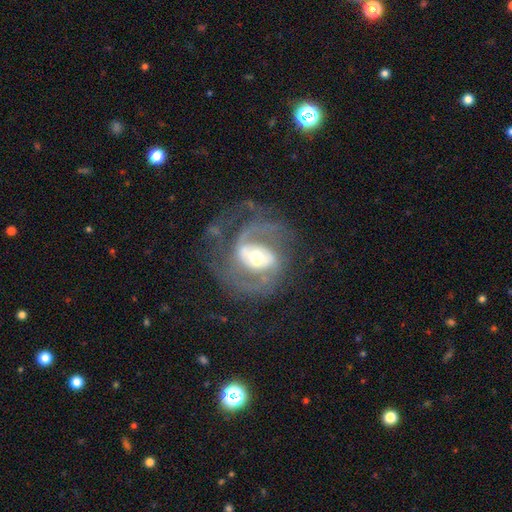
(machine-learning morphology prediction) Smooth or featured?
  - featured or disk: 88% *
  - smooth: 6%
  - star or artifact: 6%
Edge-on disk?
  - no: 98% *
  - yes: 2%
Bar?
  - weak: 43% *
  - no: 29%
  - strong: 28%
Spiral arms?
  - yes: 95% *
  - no: 5%
Spiral winding?
  - medium: 52% *
  - tight: 28%
  - loose: 21%
Spiral arm count?
  - 2: 69% *
  - 3: 11%
  - can't tell: 9%
  - 1: 5%
  - 4: 3%
  - more than 4: 3%
Bulge size?
  - moderate: 63% *
  - large: 20%
  - small: 14%
  - dominant: 2%
  - none: 1%
Merging?
  - none: 59% *
  - major disturbance: 21%
  - minor disturbance: 17%
  - merger: 3%